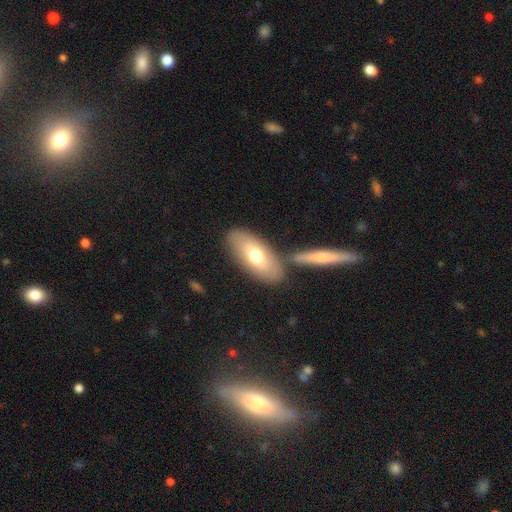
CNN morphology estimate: Smooth or featured: smooth — 67% (featured or disk — 27%)
How rounded: in between — 86% (cigar-shaped — 11%)
Merging: none — 66% (merger — 18%)